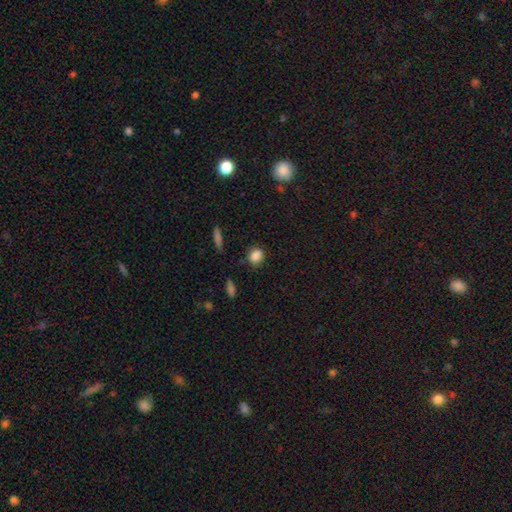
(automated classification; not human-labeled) Smooth or featured? Predicted: smooth (p=0.85). How rounded? Predicted: round (p=0.54). Merging? Predicted: none (p=0.79).